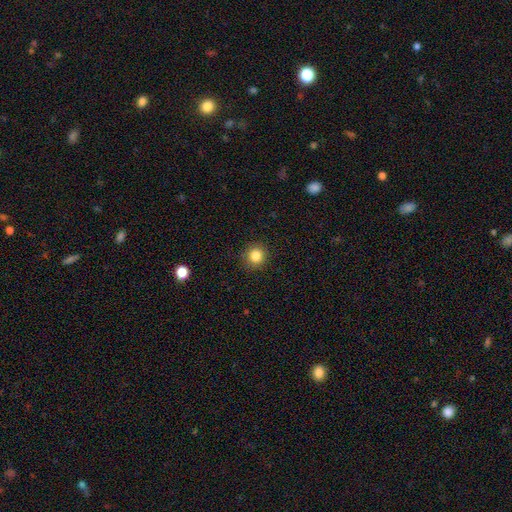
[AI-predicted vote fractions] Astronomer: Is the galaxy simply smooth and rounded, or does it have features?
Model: smooth — 84%.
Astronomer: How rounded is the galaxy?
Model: round — 92%.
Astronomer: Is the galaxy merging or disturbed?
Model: none — 90%.